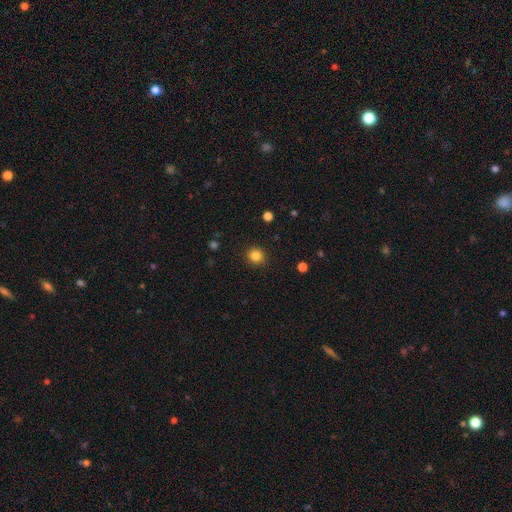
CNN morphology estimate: Smooth or featured: smooth — 84% (star or artifact — 12%)
How rounded: round — 91% (in between — 8%)
Merging: none — 91% (minor disturbance — 6%)